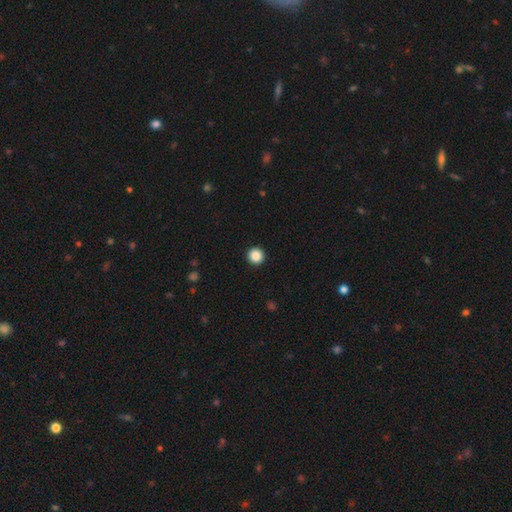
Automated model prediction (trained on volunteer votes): smooth 88%, star or artifact 9%, featured or disk 3%. Down the decision tree: how rounded — round (96%); merging — none (94%).